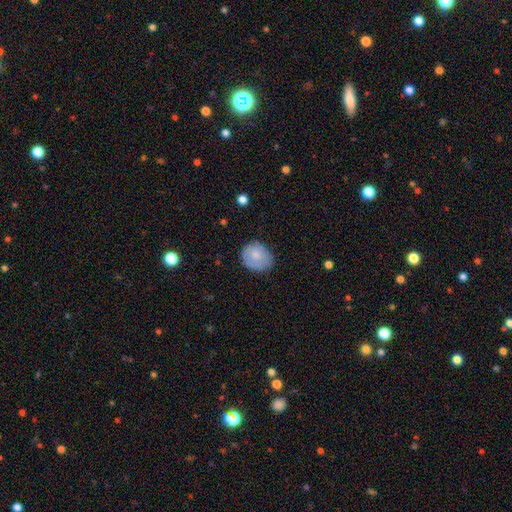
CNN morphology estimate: Smooth or featured?
  - smooth: 77% *
  - featured or disk: 16%
  - star or artifact: 7%
How rounded?
  - round: 62% *
  - in between: 37%
  - cigar-shaped: 1%
Merging?
  - none: 67% *
  - minor disturbance: 25%
  - major disturbance: 6%
  - merger: 1%